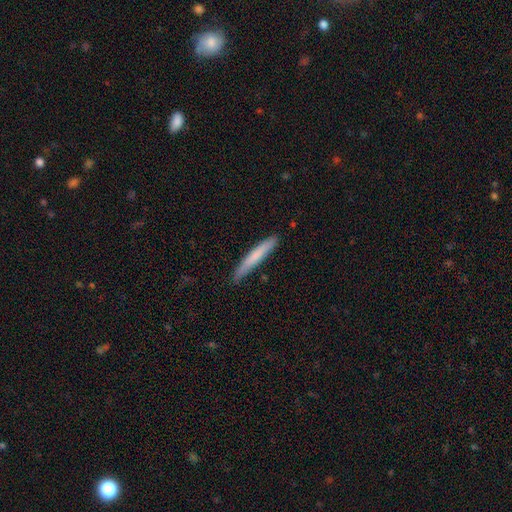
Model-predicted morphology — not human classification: Smooth or featured? smooth (72%)
How rounded? cigar-shaped (96%)
Merging? none (85%)